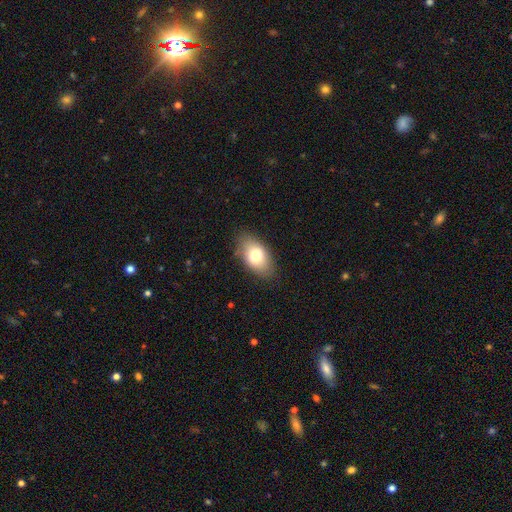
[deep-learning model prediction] smooth 75%, featured or disk 17%, star or artifact 8%. Down the decision tree: how rounded — in between (91%); merging — none (82%).